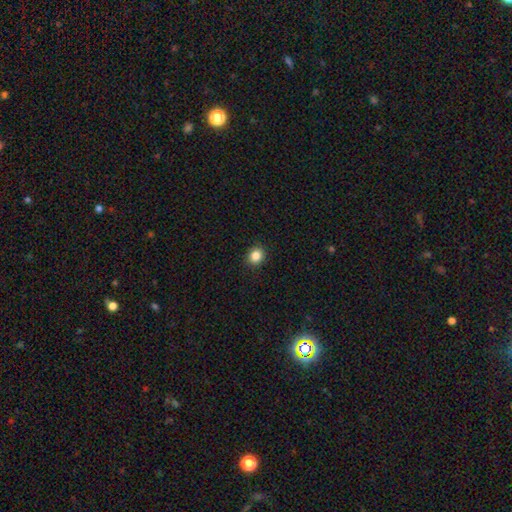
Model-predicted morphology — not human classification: type=smooth (85%); roundness=round (79%); merging=none (92%).